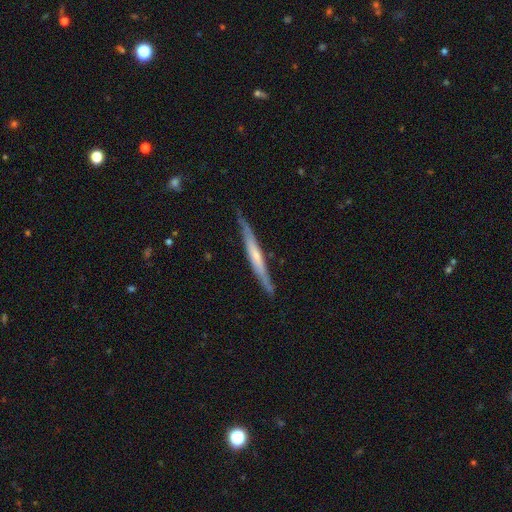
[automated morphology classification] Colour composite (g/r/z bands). It shows a featured or disk galaxy (59%) viewed edge-on (93%) with no central bulge (60%). Merging: none (80%).